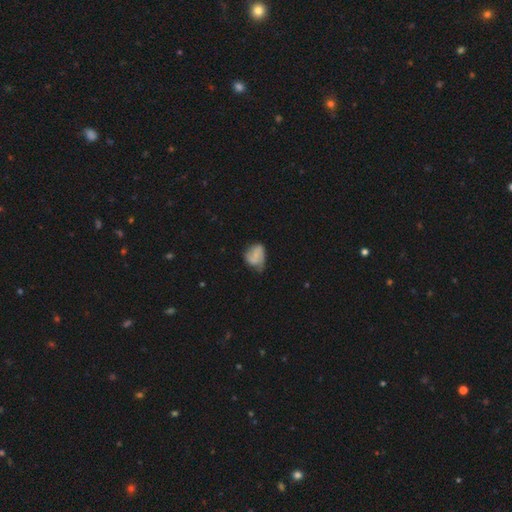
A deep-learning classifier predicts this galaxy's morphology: Overall: featured or disk (48%; smooth 43%). Merging: none (43%; minor disturbance 36%).